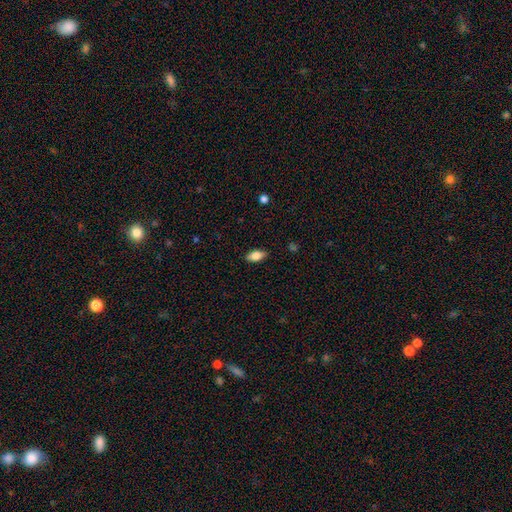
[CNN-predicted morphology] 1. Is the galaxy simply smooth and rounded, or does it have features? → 80% smooth, 13% featured or disk, 7% star or artifact.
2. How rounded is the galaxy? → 88% in between, 9% cigar-shaped, 4% round.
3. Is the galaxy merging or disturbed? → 87% none, 10% minor disturbance, 2% major disturbance, 1% merger.